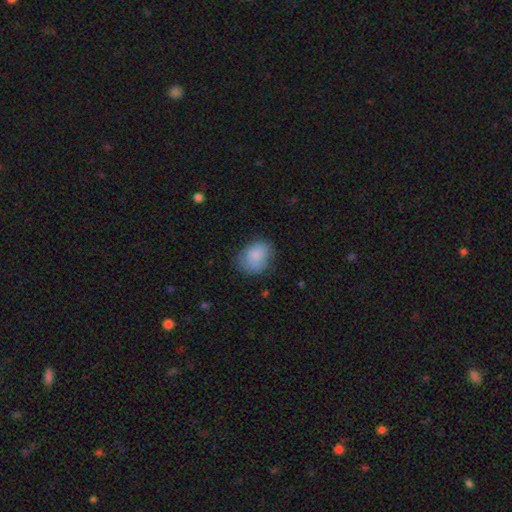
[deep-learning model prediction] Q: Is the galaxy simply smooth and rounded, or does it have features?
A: smooth — 83%.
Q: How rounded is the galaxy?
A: in between — 60%.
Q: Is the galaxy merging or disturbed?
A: none — 67%.